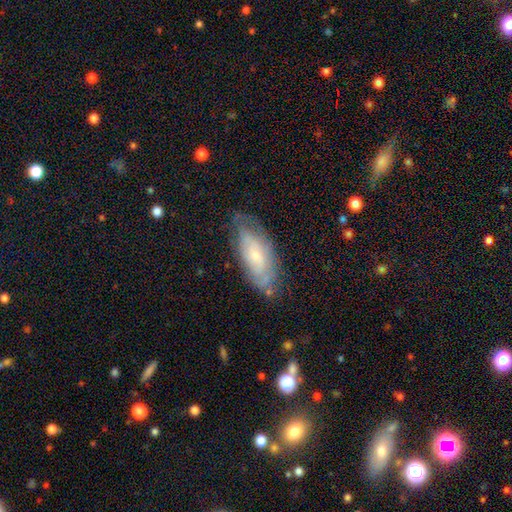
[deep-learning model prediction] A featured or disk galaxy (56%).

Vote fractions:
- Smooth or featured? featured or disk: 56% / smooth: 38% / star or artifact: 7%
- Edge-on disk? no: 86% / yes: 14%
- Merging? none: 65% / minor disturbance: 25% / major disturbance: 8% / merger: 2%